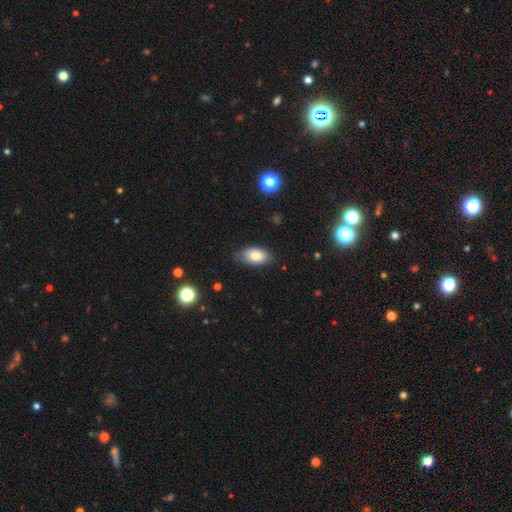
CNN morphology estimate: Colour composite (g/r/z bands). It shows a smooth galaxy with no disk features (81%) that is in between round and cigar-shaped (92%). Merging: none (76%).